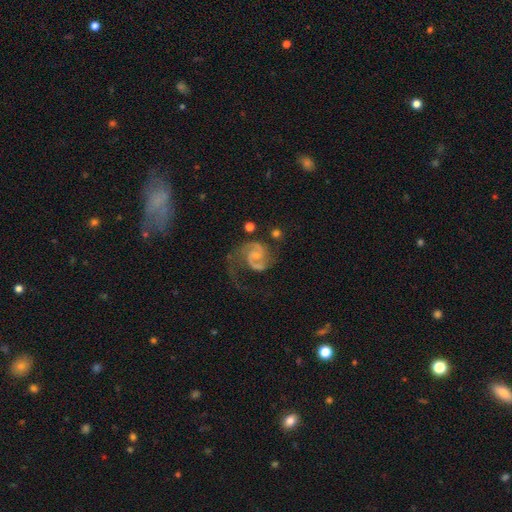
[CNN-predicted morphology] Smooth or featured? featured or disk (88%)
Edge-on disk? no (98%)
Bar? no (57%)
Spiral arms? yes (97%)
Spiral winding? medium (55%)
Spiral arm count? 2 (87%)
Bulge size? small (60%)
Merging? none (49%)